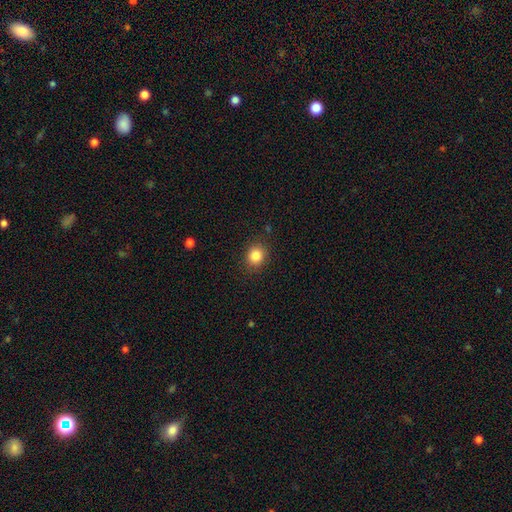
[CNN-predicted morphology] smooth_or_featured: smooth (p=0.85) [alt: star or artifact p=0.10]
how_rounded: round (p=0.71) [alt: in between p=0.28]
merging: none (p=0.87) [alt: minor disturbance p=0.09]